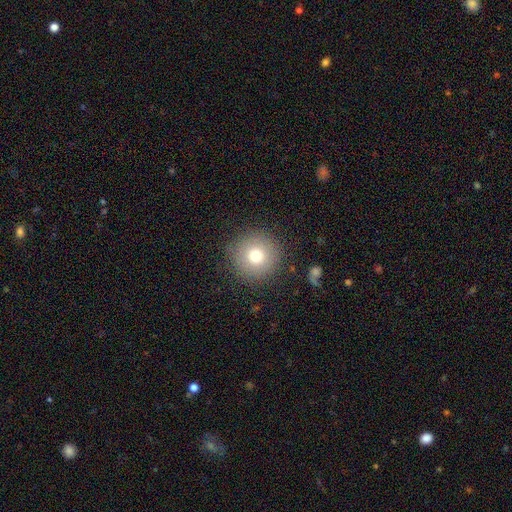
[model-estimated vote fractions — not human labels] Smooth or featured? Predicted: smooth (p=0.75). How rounded? Predicted: round (p=0.96). Merging? Predicted: none (p=0.87).